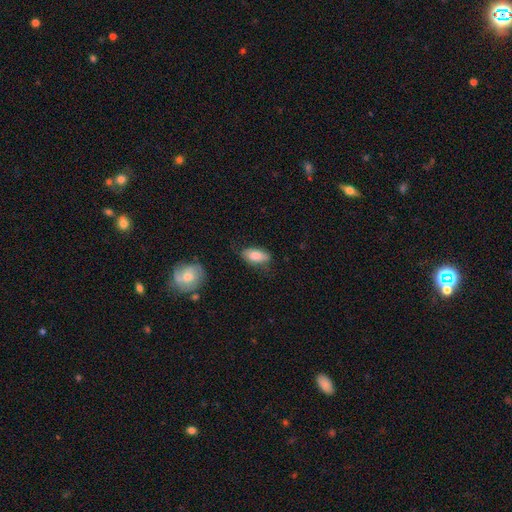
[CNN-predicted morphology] Smooth or featured?
  - smooth: 83% *
  - featured or disk: 11%
  - star or artifact: 7%
How rounded?
  - in between: 90% *
  - cigar-shaped: 7%
  - round: 3%
Merging?
  - none: 68% *
  - minor disturbance: 24%
  - major disturbance: 6%
  - merger: 2%